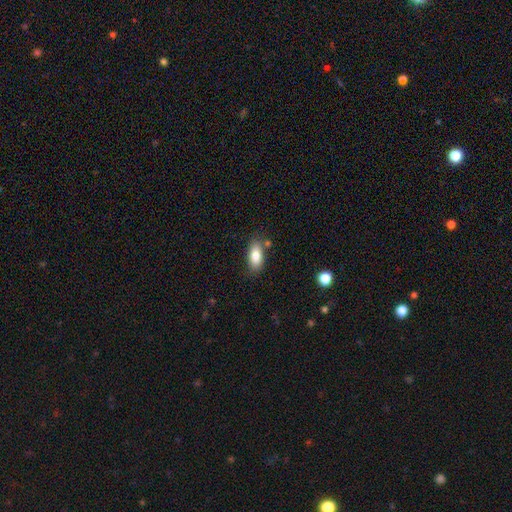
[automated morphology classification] smooth-or-featured: smooth: 83% | featured or disk: 10% | star or artifact: 7%
  how-rounded: in between: 88% | cigar-shaped: 8% | round: 4%
  merging: none: 76% | minor disturbance: 15% | merger: 6% | major disturbance: 3%